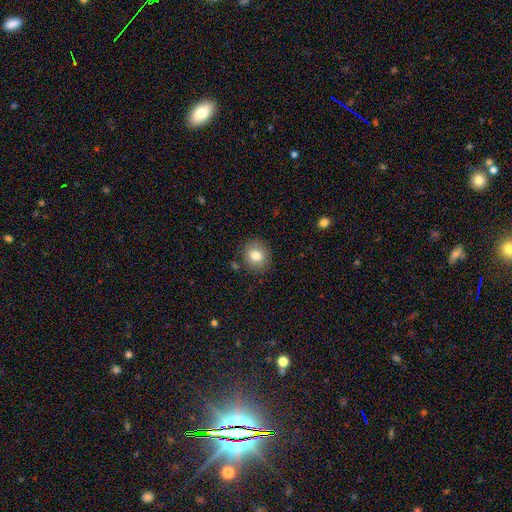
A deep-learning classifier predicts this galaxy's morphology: Smooth or featured? Predicted: smooth (p=0.81). How rounded? Predicted: round (p=0.74). Merging? Predicted: none (p=0.85).